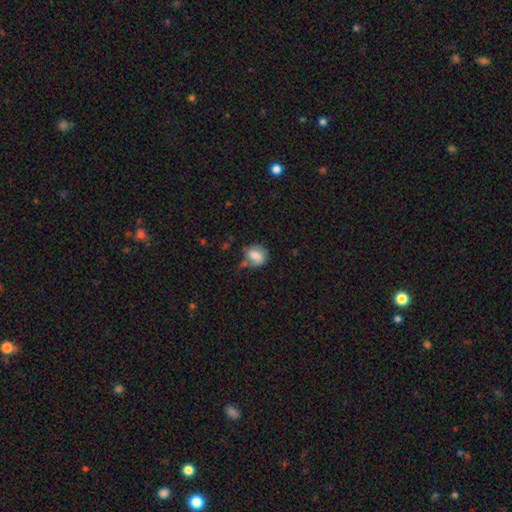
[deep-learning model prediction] A smooth galaxy with no disk features (76%) that is round (58%).

Vote fractions:
- Smooth or featured? smooth: 76% / featured or disk: 15% / star or artifact: 9%
- How rounded? round: 58% / in between: 41% / cigar-shaped: 1%
- Merging? none: 53% / minor disturbance: 28% / major disturbance: 10% / merger: 9%